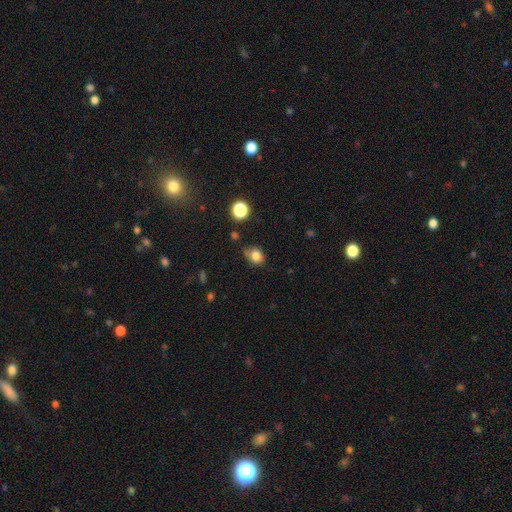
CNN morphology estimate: The model was most divided on "how rounded": round: 53%, in between: 46%, cigar-shaped: 1%. More confident: smooth or featured — smooth (80%); merging — none (60%).